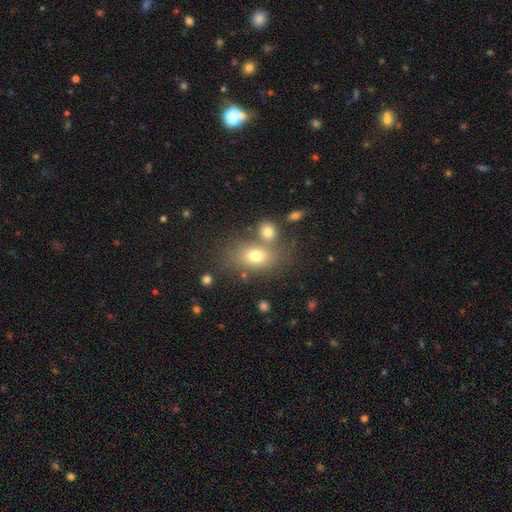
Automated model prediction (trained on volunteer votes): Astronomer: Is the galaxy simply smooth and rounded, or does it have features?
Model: smooth — 71%.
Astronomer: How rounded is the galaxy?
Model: in between — 74%.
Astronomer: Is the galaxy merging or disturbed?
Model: none — 55%.